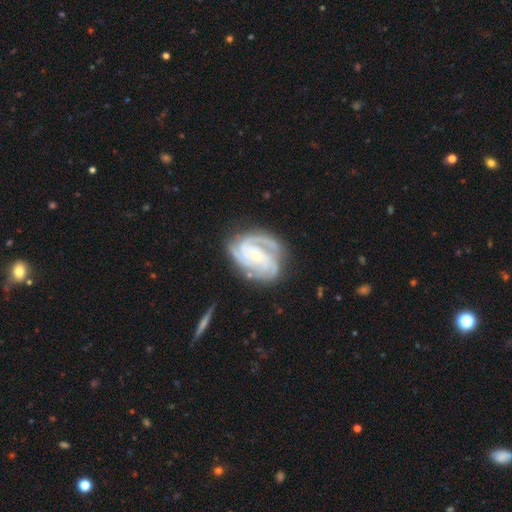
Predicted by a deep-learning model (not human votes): Smooth or featured: featured or disk — 90% (smooth — 5%)
Edge-on disk: no — 98% (yes — 2%)
Bar: no — 64% (weak — 26%)
Spiral arms: yes — 98% (no — 2%)
Spiral winding: tight — 65% (medium — 31%)
Spiral arm count: 3 — 46% (4 — 19%)
Bulge size: small — 72% (moderate — 25%)
Merging: none — 69% (minor disturbance — 21%)